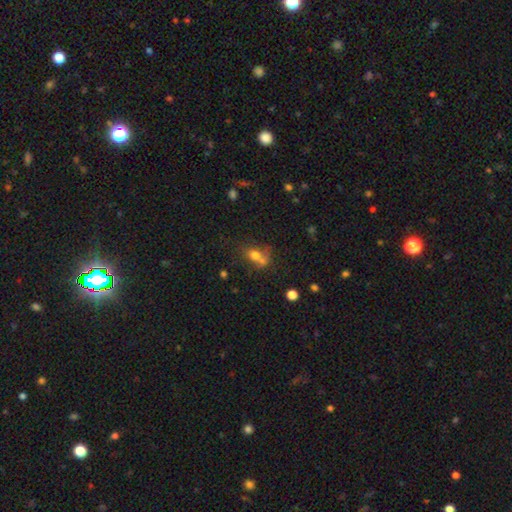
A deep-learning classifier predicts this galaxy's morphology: type=smooth (69%); roundness=in between (60%); merging=merger (41%).